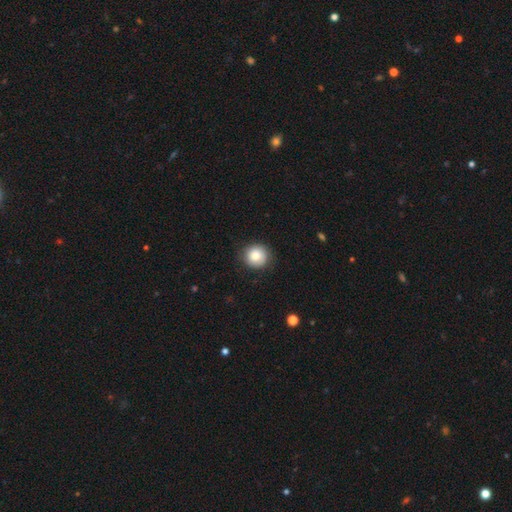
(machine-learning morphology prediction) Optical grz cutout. It shows a smooth galaxy with no disk features (82%) that is round (91%). Merging: none (84%).